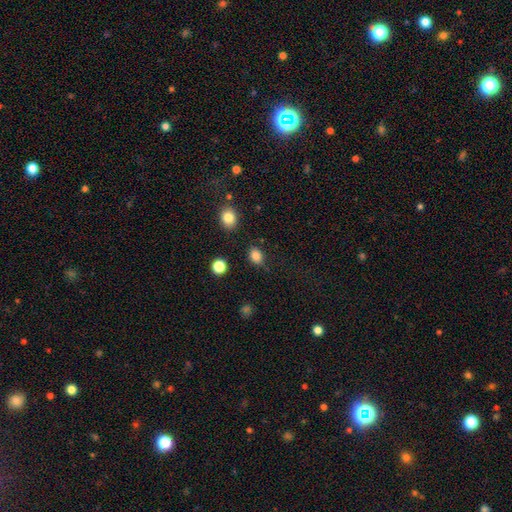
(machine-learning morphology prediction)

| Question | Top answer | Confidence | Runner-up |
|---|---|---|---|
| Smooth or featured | smooth | 84% | star or artifact (11%) |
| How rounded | in between | 59% | round (39%) |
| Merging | none | 82% | minor disturbance (12%) |